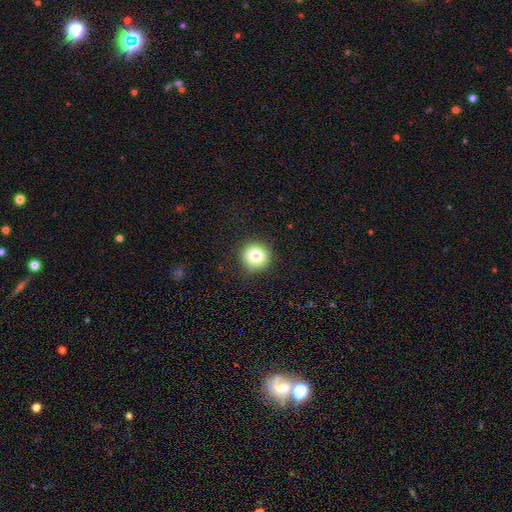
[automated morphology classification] A smooth galaxy with no disk features (81%) that is round (93%).

Vote fractions:
- Smooth or featured? smooth: 81% / star or artifact: 11% / featured or disk: 8%
- How rounded? round: 93% / in between: 6% / cigar-shaped: 1%
- Merging? none: 89% / minor disturbance: 8% / major disturbance: 2% / merger: 1%